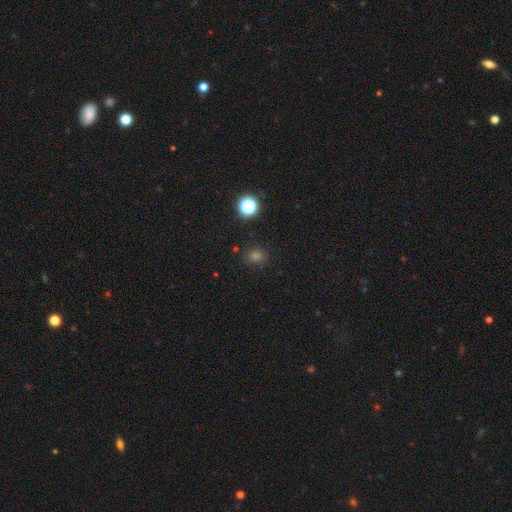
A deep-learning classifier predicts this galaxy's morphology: smooth 70%, star or artifact 25%, featured or disk 5%. Down the decision tree: how rounded — round (77%); merging — none (86%).